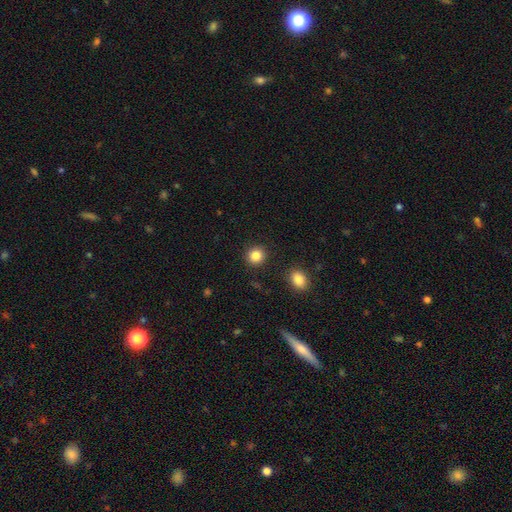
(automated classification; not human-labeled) Smooth or featured? smooth (85%)
How rounded? round (89%)
Merging? none (90%)